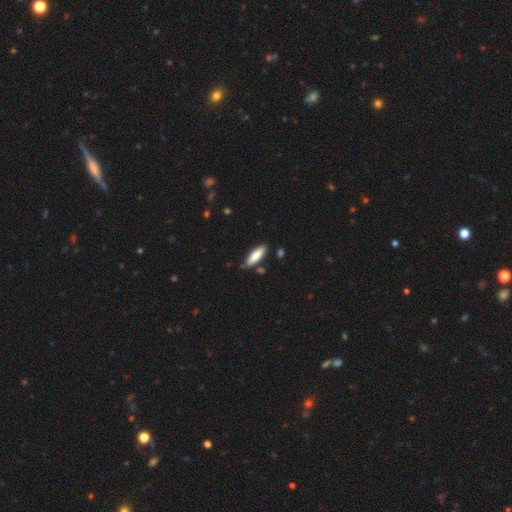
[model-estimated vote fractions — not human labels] smooth 82%, featured or disk 13%, star or artifact 5%. Down the decision tree: how rounded — cigar-shaped (55%); merging — none (82%).